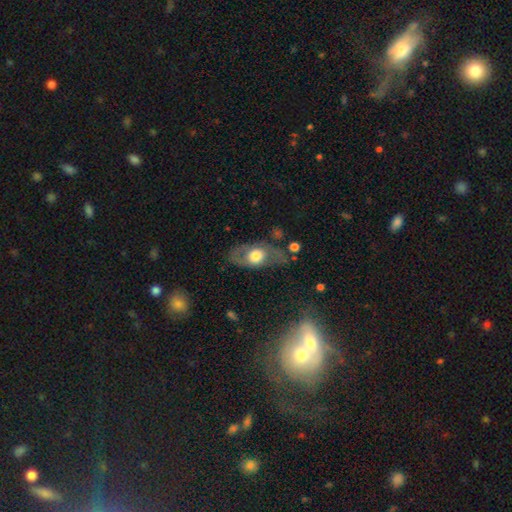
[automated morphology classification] featured or disk 50%, smooth 43%, star or artifact 7%. Down the decision tree: edge-on disk — no (77%); merging — none (62%).